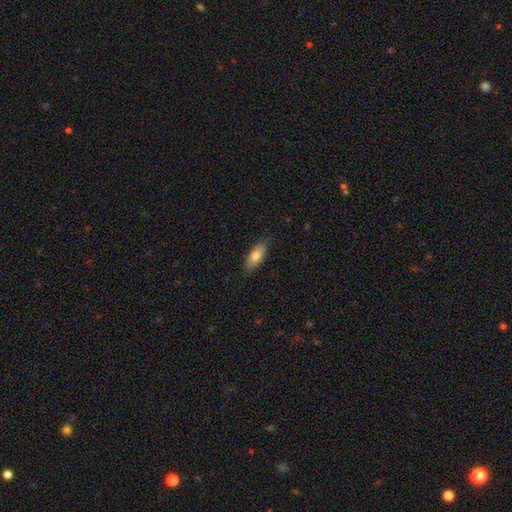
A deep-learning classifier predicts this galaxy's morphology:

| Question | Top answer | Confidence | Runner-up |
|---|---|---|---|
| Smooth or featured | smooth | 77% | featured or disk (16%) |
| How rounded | in between | 80% | cigar-shaped (17%) |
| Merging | none | 83% | minor disturbance (13%) |